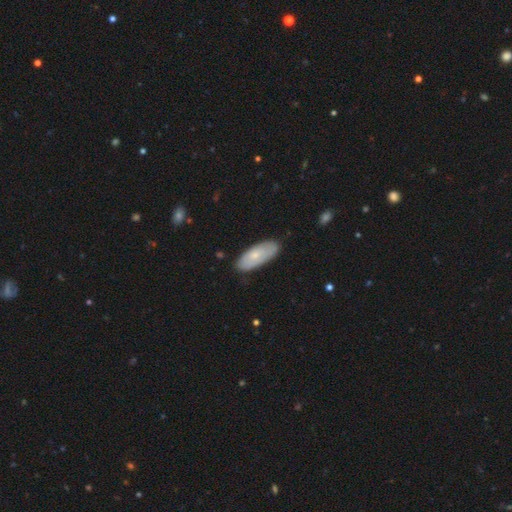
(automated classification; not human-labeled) Q: Smooth or featured?
A: smooth (64%); runner-up: featured or disk (30%)
Q: How rounded?
A: in between (80%); runner-up: cigar-shaped (18%)
Q: Merging?
A: none (80%); runner-up: minor disturbance (16%)